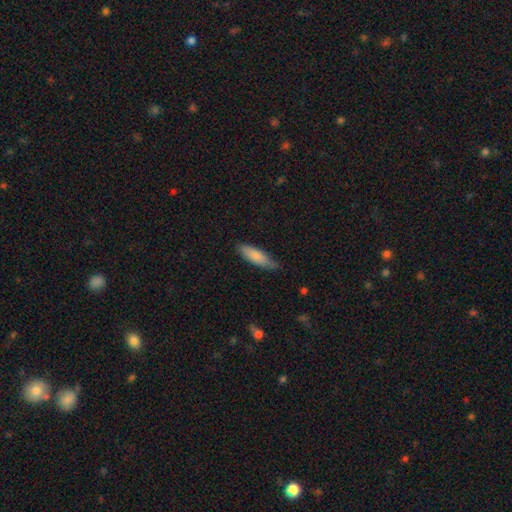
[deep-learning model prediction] Smooth or featured? Predicted: smooth (p=0.81). How rounded? Predicted: cigar-shaped (p=0.51). Merging? Predicted: none (p=0.72).